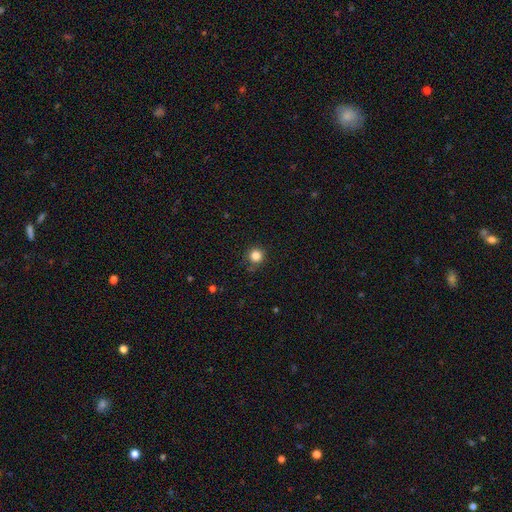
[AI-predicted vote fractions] smooth 84%, star or artifact 12%, featured or disk 4%. Down the decision tree: how rounded — round (95%); merging — none (88%).